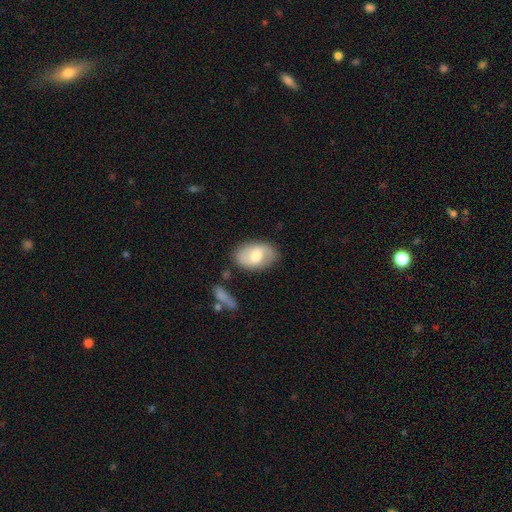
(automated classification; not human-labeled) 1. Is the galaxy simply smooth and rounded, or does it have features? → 48% featured or disk, 46% smooth, 6% star or artifact.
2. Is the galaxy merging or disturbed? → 80% none, 14% minor disturbance, 4% major disturbance, 3% merger.